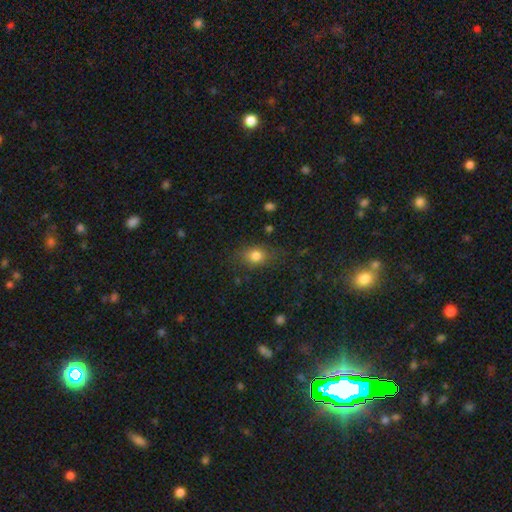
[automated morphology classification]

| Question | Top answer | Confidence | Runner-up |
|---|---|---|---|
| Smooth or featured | smooth | 80% | star or artifact (12%) |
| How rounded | in between | 52% | round (46%) |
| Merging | none | 74% | minor disturbance (17%) |